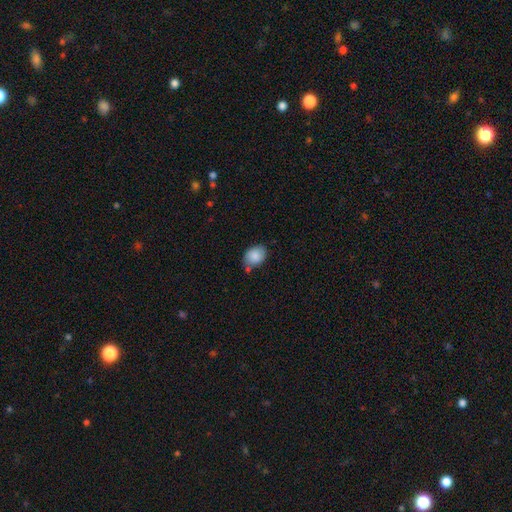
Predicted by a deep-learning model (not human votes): Smooth or featured? Predicted: smooth (p=0.87). How rounded? Predicted: in between (p=0.65). Merging? Predicted: none (p=0.65).